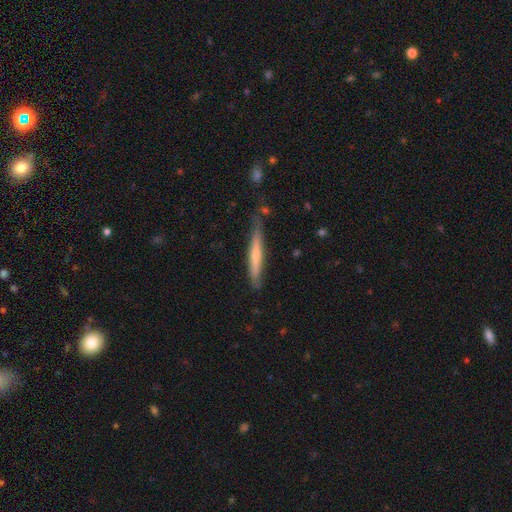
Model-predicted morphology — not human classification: Smooth or featured?
  - smooth: 50% *
  - featured or disk: 44%
  - star or artifact: 6%
How rounded?
  - cigar-shaped: 95% *
  - in between: 4%
  - round: 1%
Merging?
  - none: 74% *
  - minor disturbance: 20%
  - major disturbance: 3%
  - merger: 3%